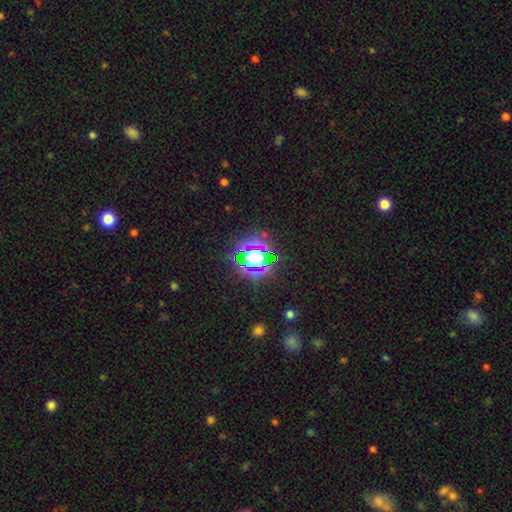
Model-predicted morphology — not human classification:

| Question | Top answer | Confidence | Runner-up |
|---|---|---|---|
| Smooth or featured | star or artifact | 59% | smooth (26%) |